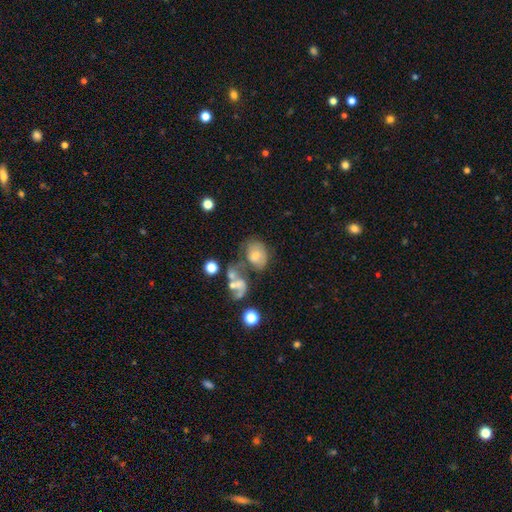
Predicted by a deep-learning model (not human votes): smooth_or_featured: smooth (p=0.62) [alt: featured or disk p=0.26]
how_rounded: in between (p=0.65) [alt: round p=0.33]
merging: merger (p=0.36) [alt: none p=0.31]